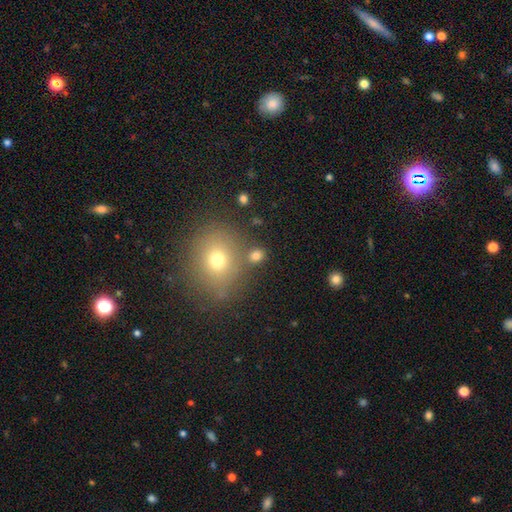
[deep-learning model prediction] Q: Smooth or featured?
A: smooth (76%); runner-up: star or artifact (15%)
Q: How rounded?
A: round (67%); runner-up: in between (32%)
Q: Merging?
A: none (73%); runner-up: merger (13%)